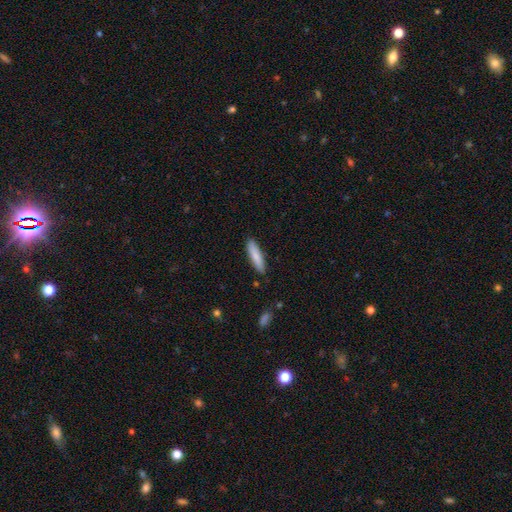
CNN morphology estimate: Smooth or featured? smooth (82%)
How rounded? cigar-shaped (74%)
Merging? none (87%)